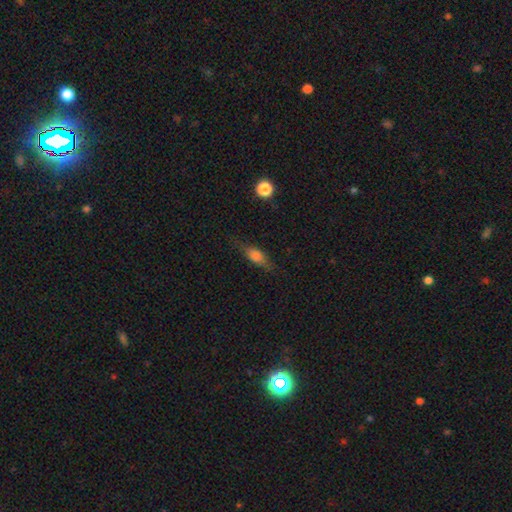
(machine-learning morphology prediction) The model was most divided on "how rounded": in between: 63%, cigar-shaped: 31%, round: 6%. More confident: merging — none (72%); smooth or featured — smooth (67%).